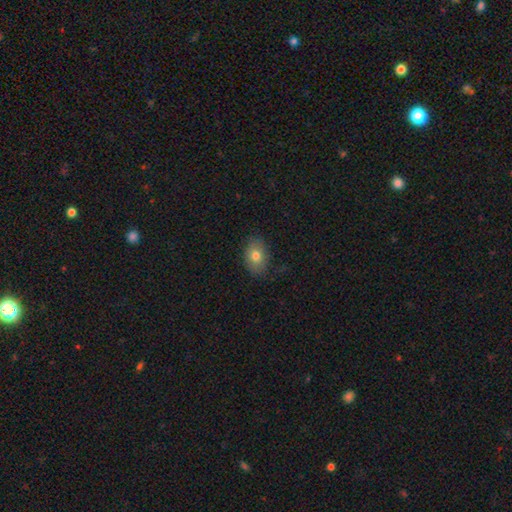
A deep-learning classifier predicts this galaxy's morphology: Smooth or featured?
  - smooth: 77% *
  - featured or disk: 13%
  - star or artifact: 9%
How rounded?
  - in between: 79% *
  - round: 20%
  - cigar-shaped: 1%
Merging?
  - none: 83% *
  - minor disturbance: 13%
  - major disturbance: 3%
  - merger: 1%